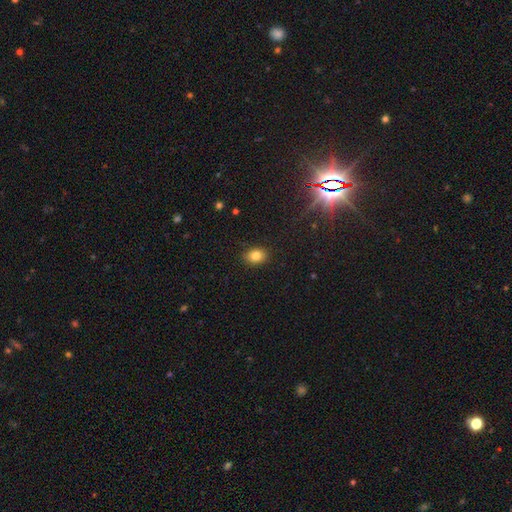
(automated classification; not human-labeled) Q: Smooth or featured?
A: smooth (82%); runner-up: star or artifact (11%)
Q: How rounded?
A: in between (67%); runner-up: round (32%)
Q: Merging?
A: none (88%); runner-up: minor disturbance (9%)